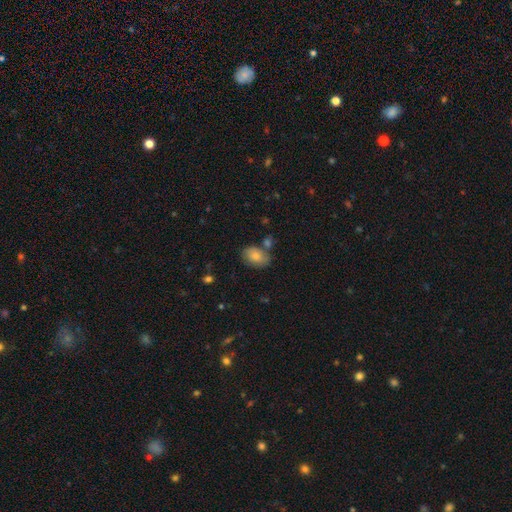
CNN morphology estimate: Overall: smooth (79%). How rounded: in between (84%). Merging: none (64%).